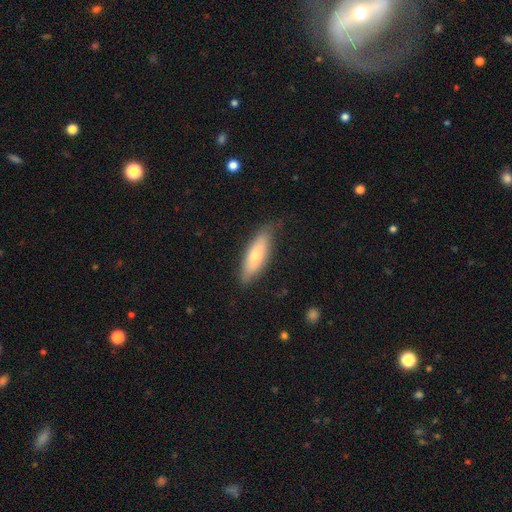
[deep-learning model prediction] smooth 70%, featured or disk 24%, star or artifact 6%. Down the decision tree: how rounded — in between (56%); merging — none (76%).